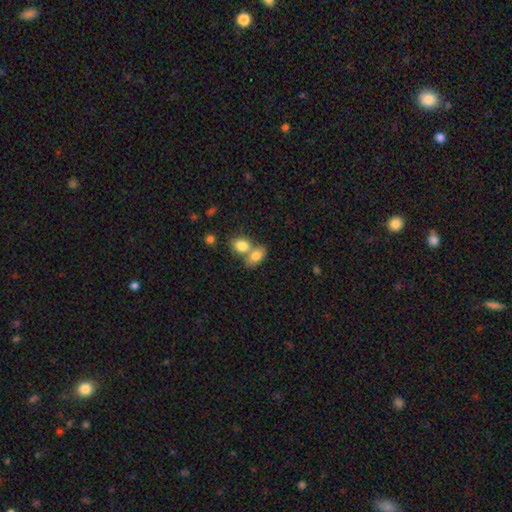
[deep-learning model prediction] This appears to be a smooth galaxy with no disk features (81%) that is in between round and cigar-shaped (84%). Merging: merger (57%).